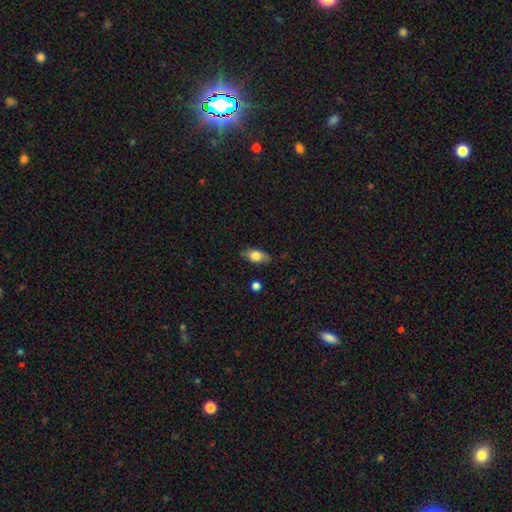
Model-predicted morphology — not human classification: The model was most divided on "smooth or featured": smooth: 72%, featured or disk: 21%, star or artifact: 8%. More confident: how rounded — in between (85%); merging — none (80%).